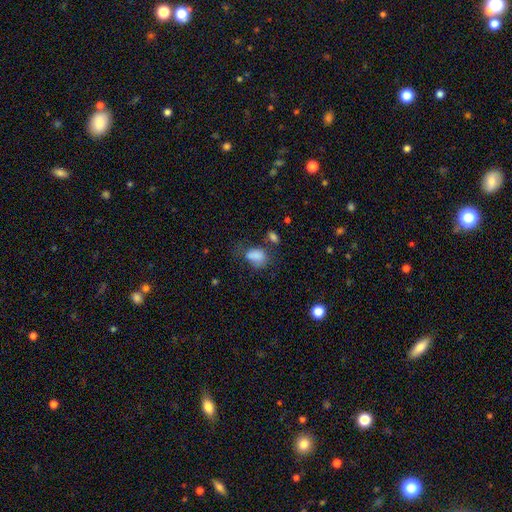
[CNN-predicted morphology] smooth_or_featured: smooth (p=0.81) [alt: star or artifact p=0.10]
how_rounded: in between (p=0.77) [alt: round p=0.22]
merging: none (p=0.42) [alt: minor disturbance p=0.28]